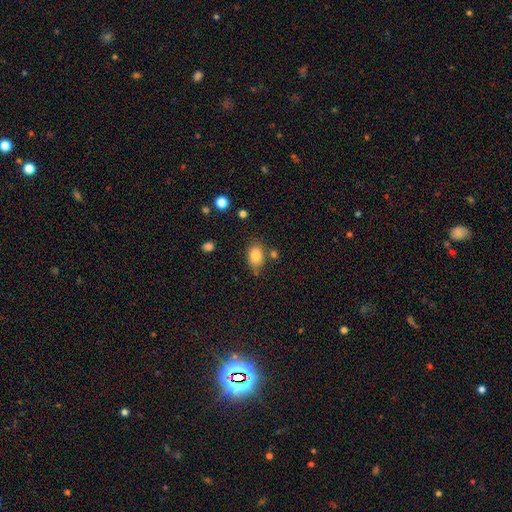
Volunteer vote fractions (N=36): Morphology: type=smooth (94%); roundness=in between (88%); merging=none (74%).